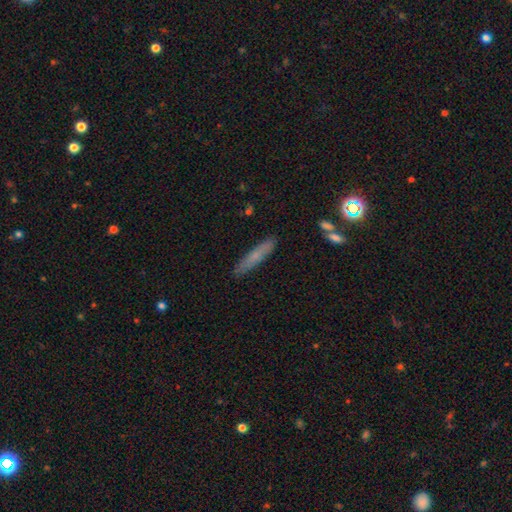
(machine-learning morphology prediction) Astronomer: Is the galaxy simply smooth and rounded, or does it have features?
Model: smooth — 65%.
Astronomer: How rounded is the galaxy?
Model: cigar-shaped — 91%.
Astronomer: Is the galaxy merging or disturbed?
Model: none — 87%.